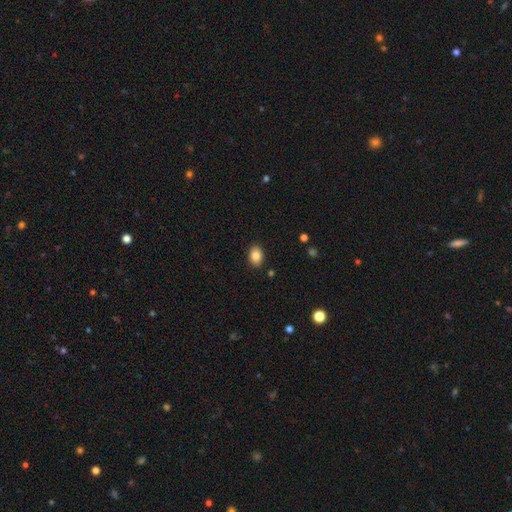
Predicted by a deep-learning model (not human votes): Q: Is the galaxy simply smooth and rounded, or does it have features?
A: smooth — 85%.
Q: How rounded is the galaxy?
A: in between — 81%.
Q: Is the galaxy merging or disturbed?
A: none — 88%.